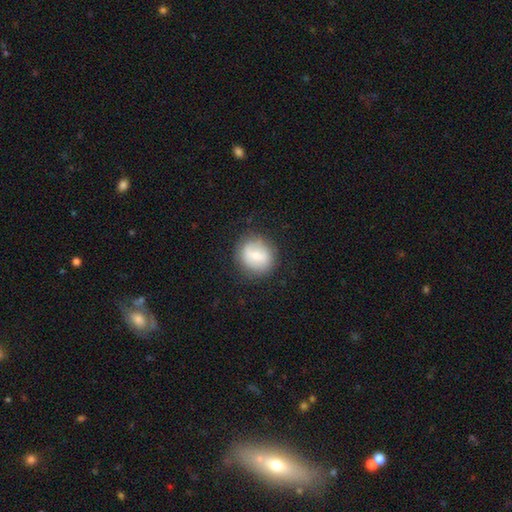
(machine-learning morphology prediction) This appears to be a smooth galaxy with no disk features (68%) that is round (84%). Merging: none (80%).